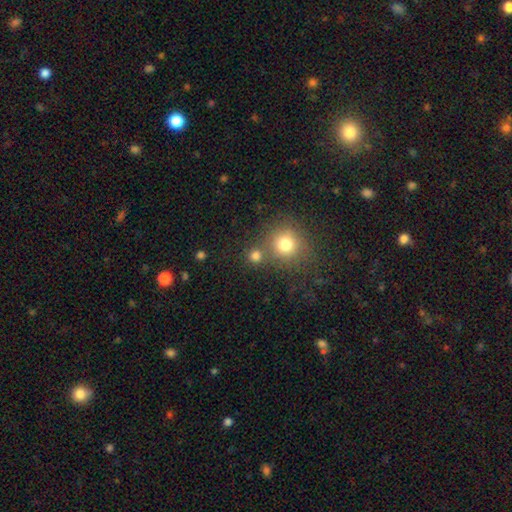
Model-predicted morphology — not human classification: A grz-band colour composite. It shows a smooth galaxy with no disk features (77%) that is round (91%). Merging: none (68%).